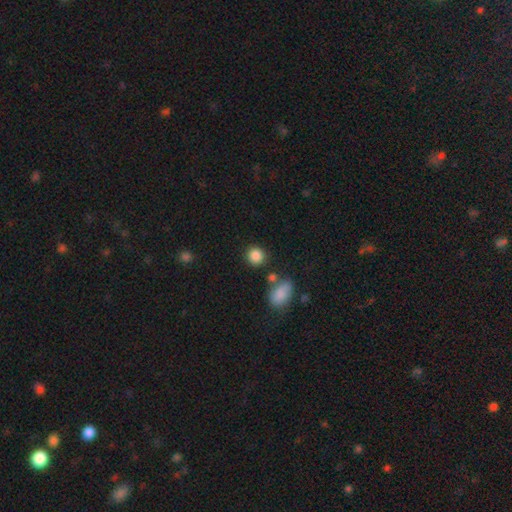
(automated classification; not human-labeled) This appears to be a smooth galaxy with no disk features (86%) that is round (84%). Merging: none (80%).